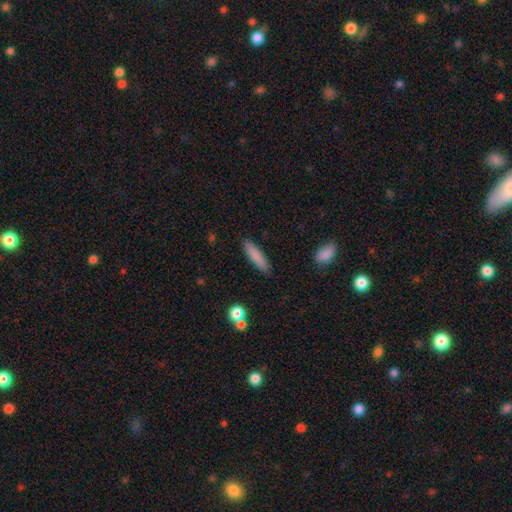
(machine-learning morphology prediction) smooth 84%, featured or disk 9%, star or artifact 7%. Down the decision tree: how rounded — cigar-shaped (77%); merging — none (88%).